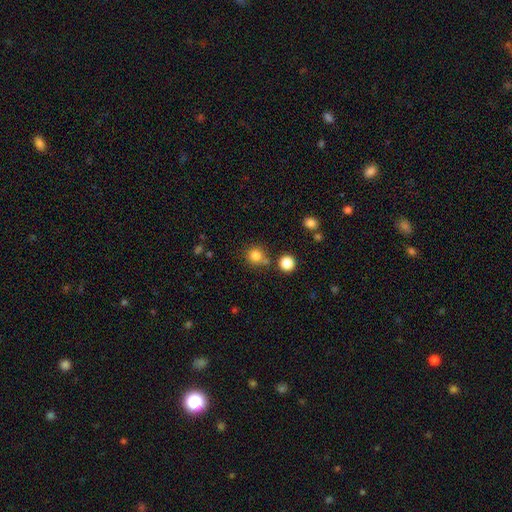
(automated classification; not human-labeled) Q: Smooth or featured?
A: smooth (81%); runner-up: star or artifact (13%)
Q: How rounded?
A: round (91%); runner-up: in between (8%)
Q: Merging?
A: none (72%); runner-up: merger (15%)